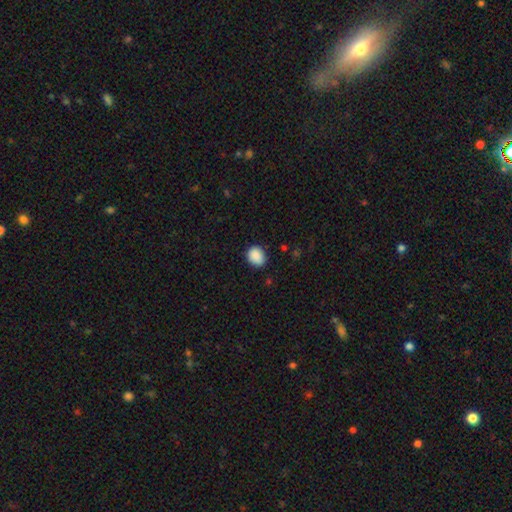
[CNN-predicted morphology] type=smooth (89%); roundness=round (55%); merging=none (84%).